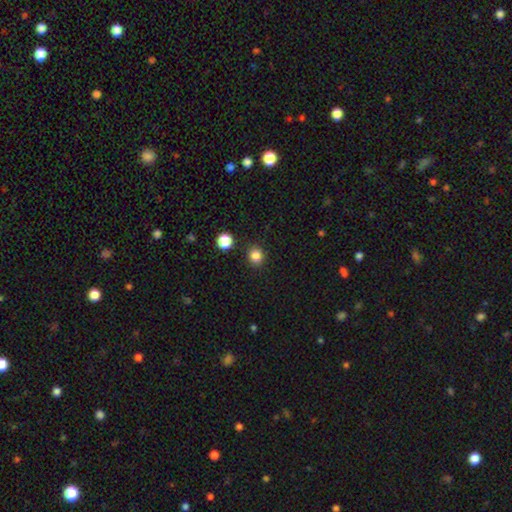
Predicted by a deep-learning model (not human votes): Q: Smooth or featured?
A: smooth (84%); runner-up: star or artifact (12%)
Q: How rounded?
A: round (87%); runner-up: in between (12%)
Q: Merging?
A: none (89%); runner-up: minor disturbance (6%)